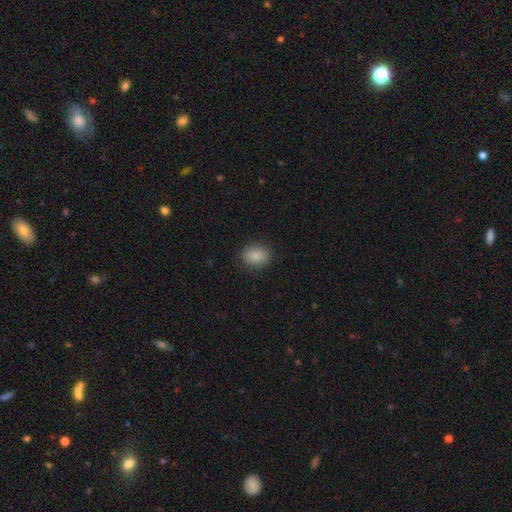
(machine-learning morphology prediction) Smooth or featured? Predicted: smooth (p=0.88). How rounded? Predicted: in between (p=0.61). Merging? Predicted: none (p=0.88).